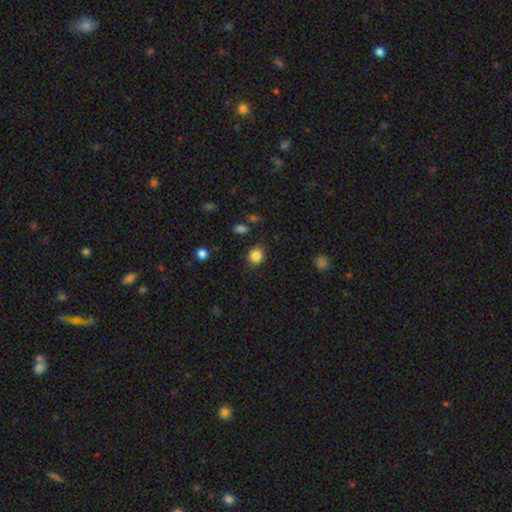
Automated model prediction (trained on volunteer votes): smooth 85%, star or artifact 10%, featured or disk 5%. Down the decision tree: how rounded — round (76%); merging — none (83%).